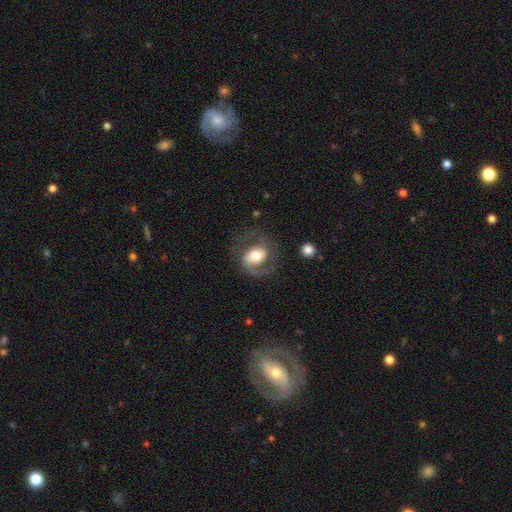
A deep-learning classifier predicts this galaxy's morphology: Smooth or featured: featured or disk — 67% (smooth — 26%)
Edge-on disk: no — 97% (yes — 3%)
Bar: no — 43% (weak — 36%)
Spiral arms: yes — 84% (no — 16%)
Spiral winding: medium — 50% (tight — 26%)
Spiral arm count: 2 — 68% (1 — 24%)
Bulge size: moderate — 59% (large — 29%)
Merging: none — 62% (major disturbance — 18%)